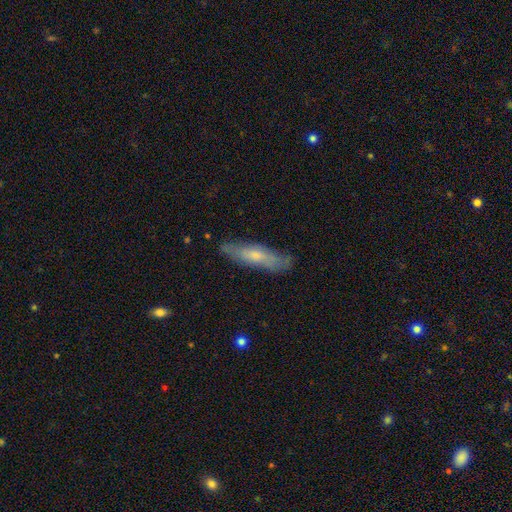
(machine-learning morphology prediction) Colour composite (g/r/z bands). It shows a smooth galaxy with no disk features (52%) that is cigar-shaped (75%). Merging: none (79%).